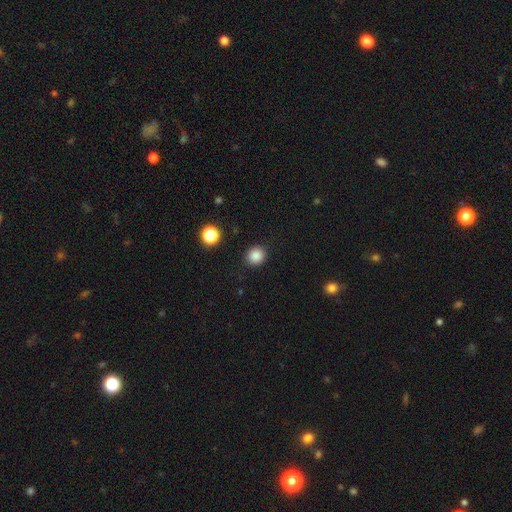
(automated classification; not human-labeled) smooth 86%, star or artifact 11%, featured or disk 3%. Down the decision tree: how rounded — round (83%); merging — none (90%).